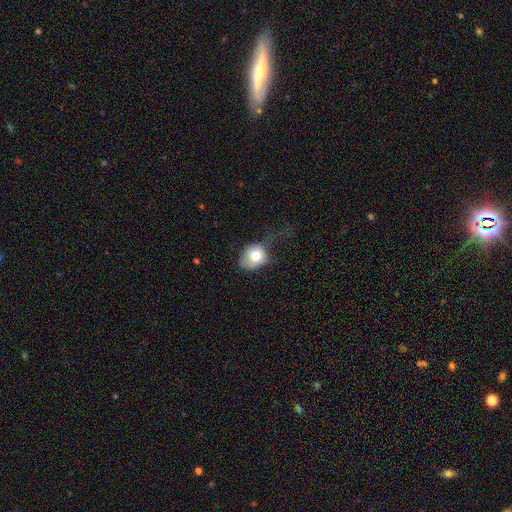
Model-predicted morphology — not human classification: Overall: smooth (74%). How rounded: round (50%; in between 49%). Merging: minor disturbance (36%; major disturbance 34%).